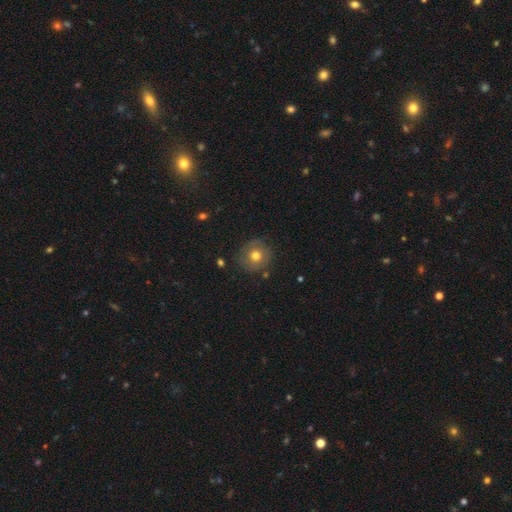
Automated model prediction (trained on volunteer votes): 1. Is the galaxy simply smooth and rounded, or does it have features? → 66% smooth, 24% featured or disk, 11% star or artifact.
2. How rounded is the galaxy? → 93% round, 7% in between, 1% cigar-shaped.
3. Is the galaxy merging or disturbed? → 83% none, 11% minor disturbance, 4% major disturbance, 2% merger.